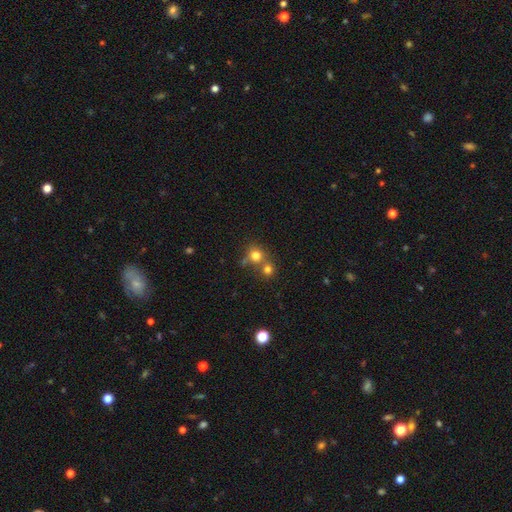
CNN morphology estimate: The model was most divided on "merging": none: 50%, merger: 40%, minor disturbance: 7%, major disturbance: 3%. More confident: how rounded — round (85%); smooth or featured — smooth (75%).